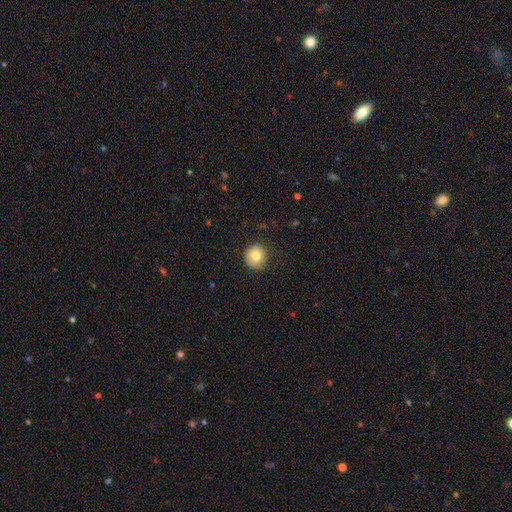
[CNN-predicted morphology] type=smooth (82%); roundness=round (90%); merging=none (84%).